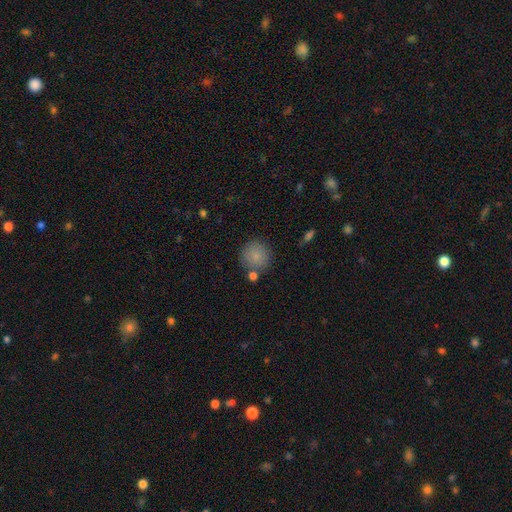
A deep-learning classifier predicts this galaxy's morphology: A smooth galaxy with no disk features (85%) that is round (93%). Merging: none (75%).